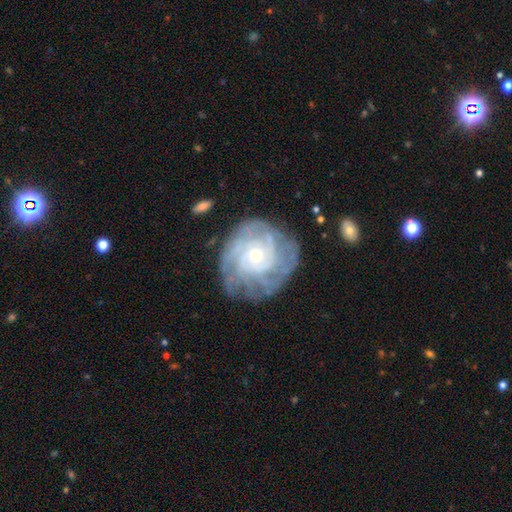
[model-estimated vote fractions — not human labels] Smooth or featured? featured or disk (83%)
Edge-on disk? no (97%)
Bar? no (79%)
Spiral arms? yes (93%)
Spiral winding? tight (72%)
Spiral arm count? can't tell (37%)
Bulge size? small (72%)
Merging? none (74%)